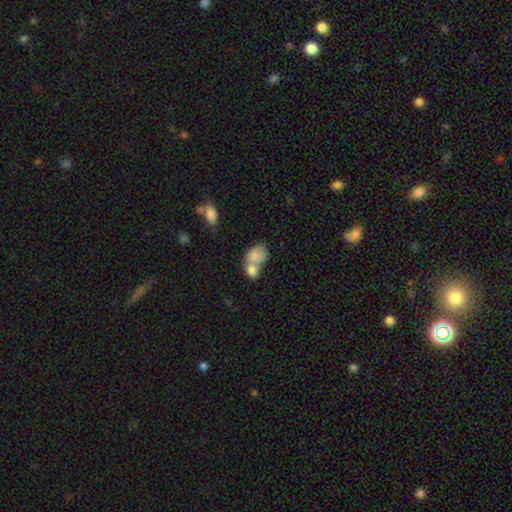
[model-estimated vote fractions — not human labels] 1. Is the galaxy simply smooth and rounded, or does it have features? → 80% smooth, 13% featured or disk, 7% star or artifact.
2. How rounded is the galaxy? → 72% in between, 26% round, 1% cigar-shaped.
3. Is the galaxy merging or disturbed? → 68% merger, 19% none, 8% minor disturbance, 5% major disturbance.